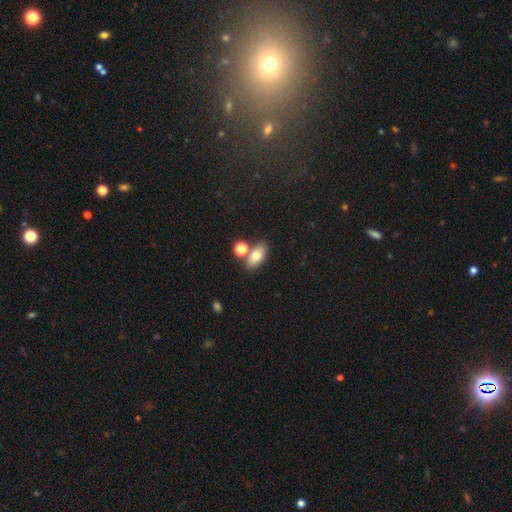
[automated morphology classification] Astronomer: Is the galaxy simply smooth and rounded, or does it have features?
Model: smooth — 74%.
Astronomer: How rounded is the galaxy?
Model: in between — 84%.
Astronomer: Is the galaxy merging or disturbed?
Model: none — 66%.